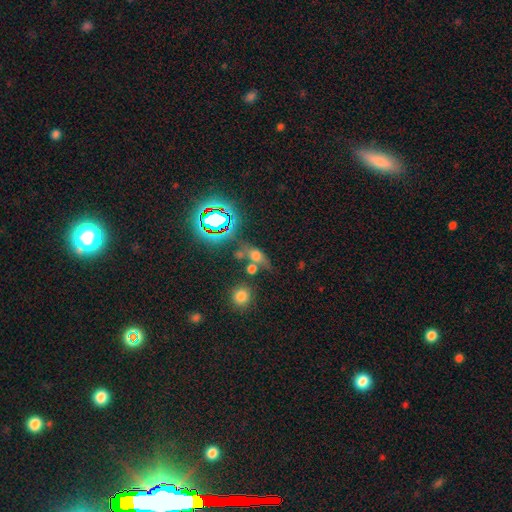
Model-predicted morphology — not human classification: smooth 48%, star or artifact 30%, featured or disk 21%. Down the decision tree: merging — none (52%).